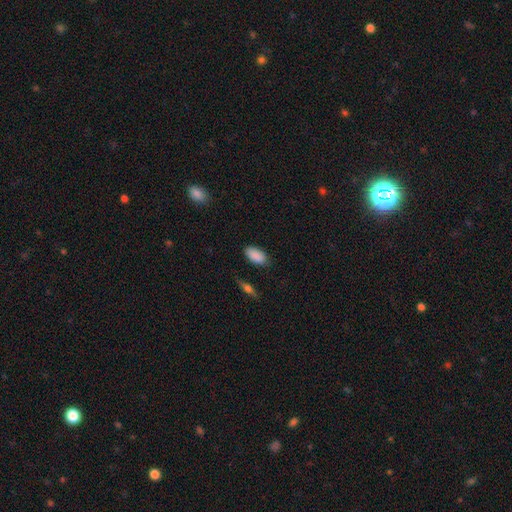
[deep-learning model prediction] Overall: smooth (89%). How rounded: in between (93%). Merging: none (83%).